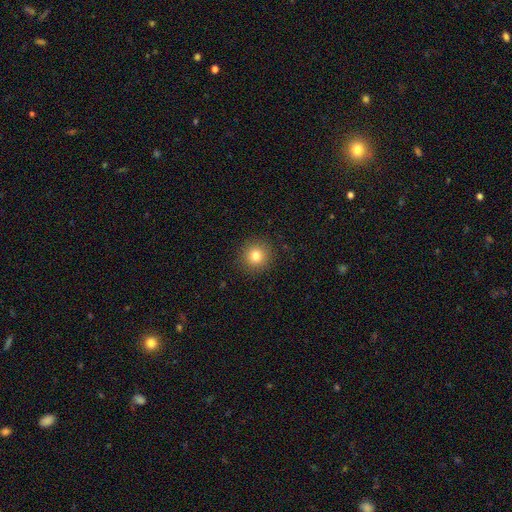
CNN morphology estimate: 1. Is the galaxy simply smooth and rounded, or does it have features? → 80% smooth, 12% star or artifact, 8% featured or disk.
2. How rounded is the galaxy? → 94% round, 5% in between, 1% cigar-shaped.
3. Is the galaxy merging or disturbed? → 91% none, 6% minor disturbance, 2% major disturbance, 1% merger.